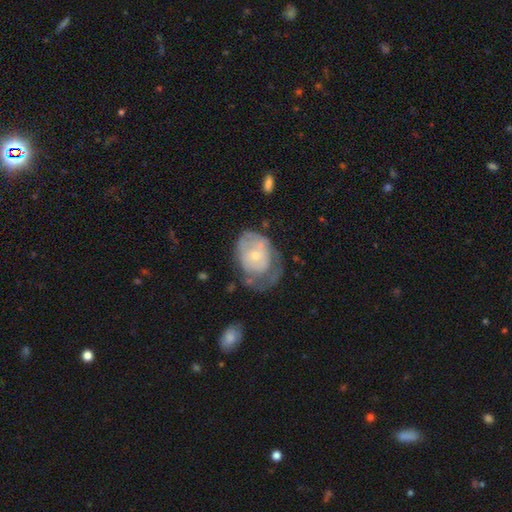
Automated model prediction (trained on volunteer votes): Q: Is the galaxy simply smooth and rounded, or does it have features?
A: featured or disk — 56%.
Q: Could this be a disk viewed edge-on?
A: no — 96%.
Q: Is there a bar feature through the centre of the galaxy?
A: no — 82%.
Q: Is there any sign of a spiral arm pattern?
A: yes — 51%.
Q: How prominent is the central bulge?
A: small — 61%.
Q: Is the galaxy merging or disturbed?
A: major disturbance — 34%.